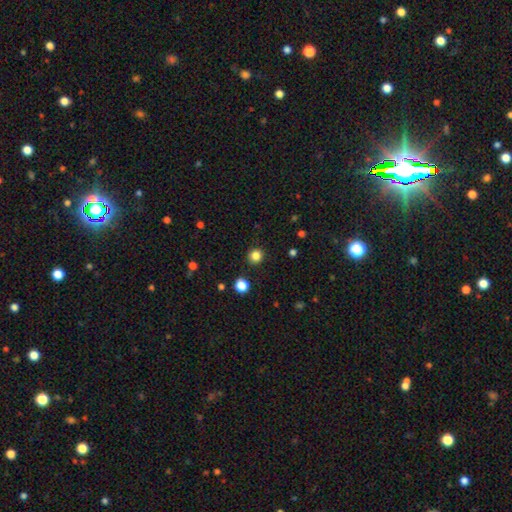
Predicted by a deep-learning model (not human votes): A smooth galaxy with no disk features (84%) that is round (93%). Merging: none (92%).